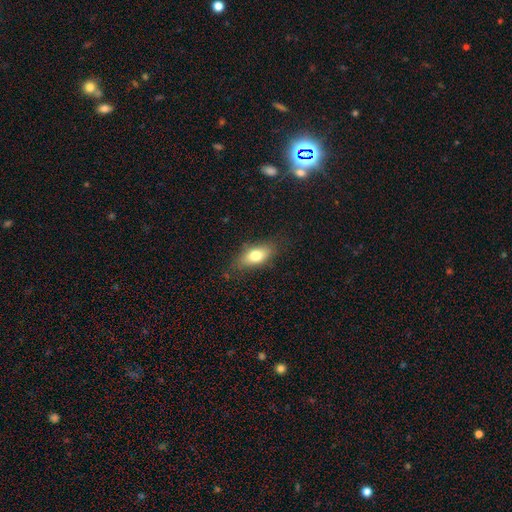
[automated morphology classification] Overall: smooth (74%). How rounded: in between (81%). Merging: none (78%).